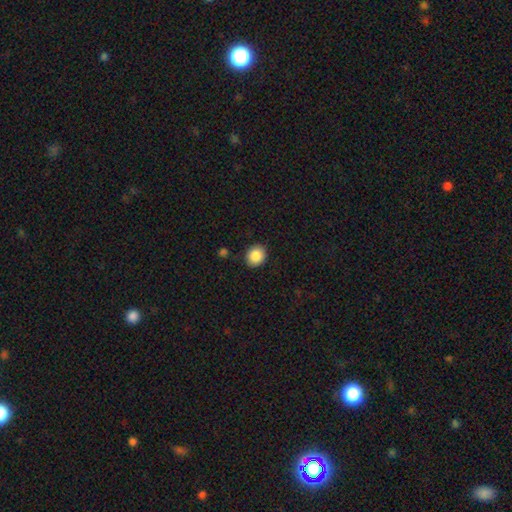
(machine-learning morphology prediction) Smooth or featured? smooth (88%)
How rounded? round (73%)
Merging? none (89%)